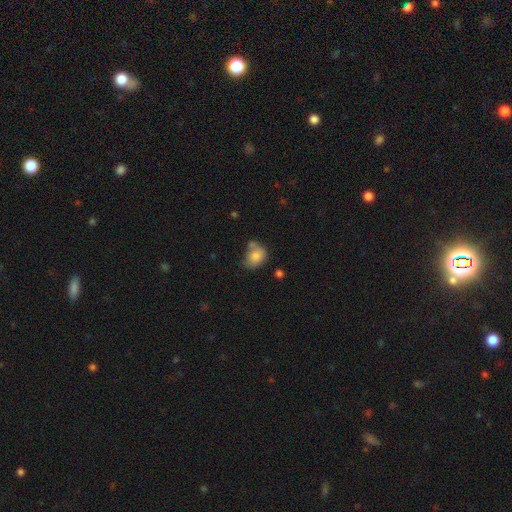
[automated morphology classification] Overall: smooth (81%). How rounded: in between (58%; round 41%). Merging: none (42%; minor disturbance 28%).